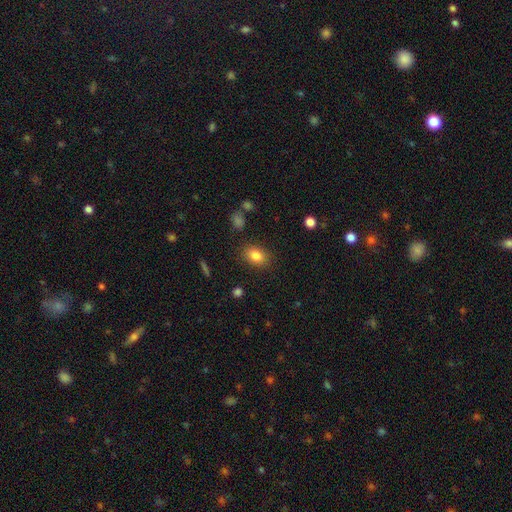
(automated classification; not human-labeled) smooth 83%, star or artifact 10%, featured or disk 7%. Down the decision tree: how rounded — in between (78%); merging — none (85%).